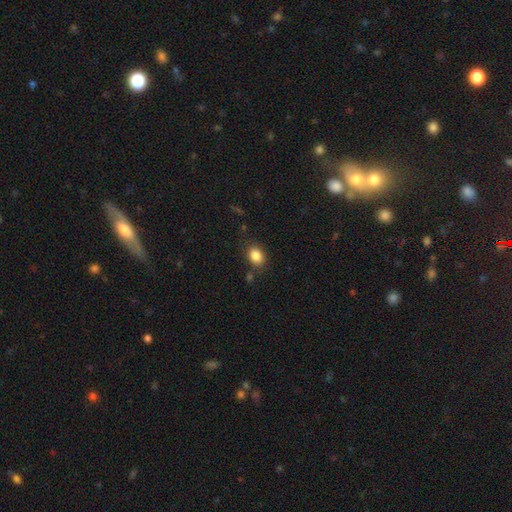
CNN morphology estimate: Smooth or featured? Predicted: smooth (p=0.86). How rounded? Predicted: in between (p=0.66). Merging? Predicted: none (p=0.80).